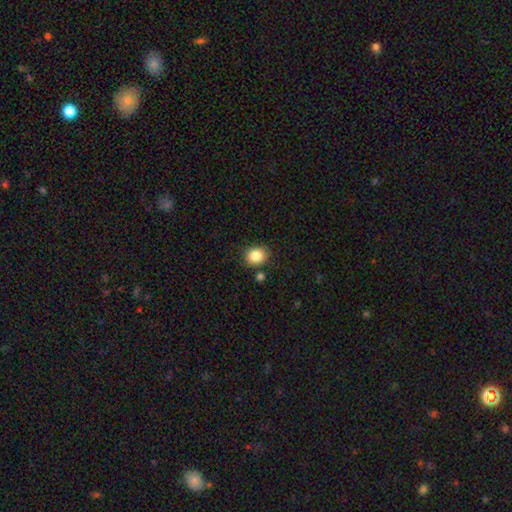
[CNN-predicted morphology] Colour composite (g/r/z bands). It shows a smooth galaxy with no disk features (86%) that is round (64%). Merging: none (78%).